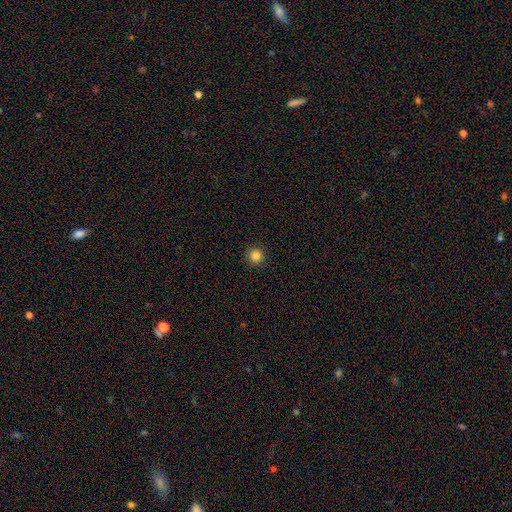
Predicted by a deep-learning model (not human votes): This is clearly a smooth galaxy (84%). How rounded: clearly round (96%). Merging: clearly none (93%).